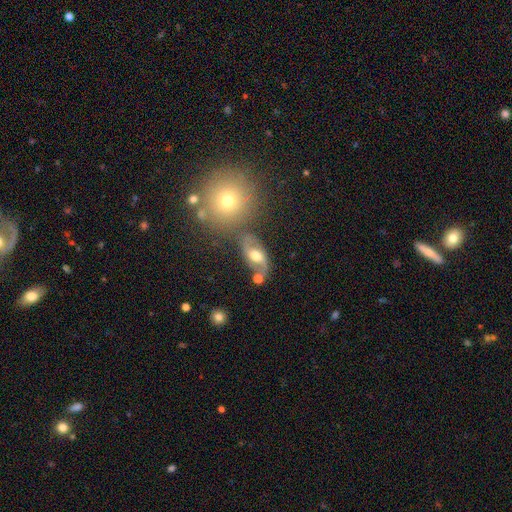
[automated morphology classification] The model was most divided on "bar": no: 45%, weak: 40%, strong: 15%. More confident: edge-on disk — no (93%); spiral arms — yes (77%); bulge size — moderate (69%); smooth or featured — featured or disk (61%); merging — none (60%).